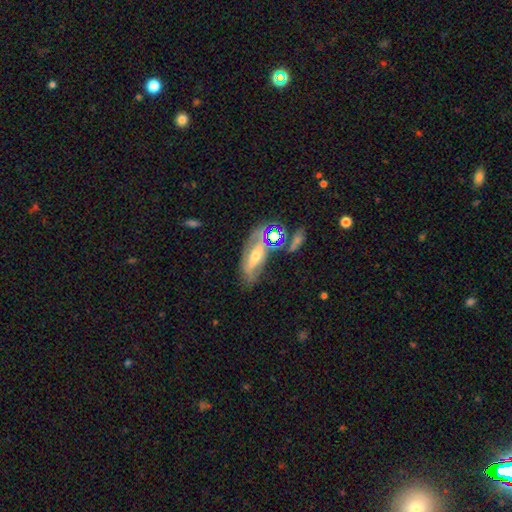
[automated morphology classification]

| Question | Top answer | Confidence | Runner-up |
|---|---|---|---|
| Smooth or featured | featured or disk | 55% | smooth (30%) |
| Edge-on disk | no | 73% | yes (27%) |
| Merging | none | 52% | minor disturbance (22%) |